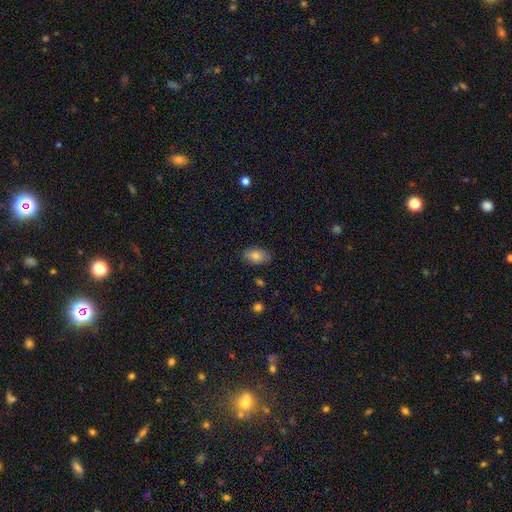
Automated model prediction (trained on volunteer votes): Smooth or featured: smooth — 81% (featured or disk — 10%)
How rounded: in between — 87% (round — 11%)
Merging: none — 81% (minor disturbance — 14%)